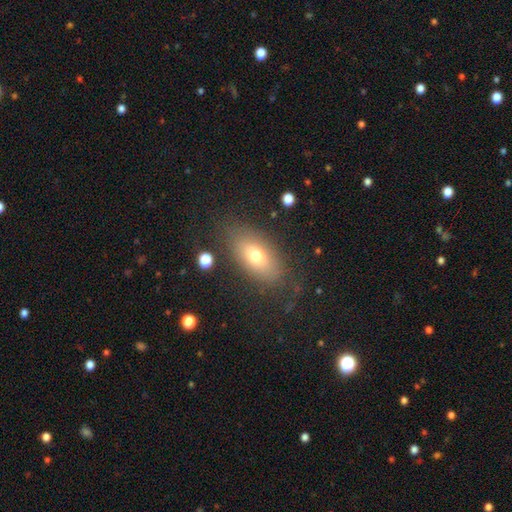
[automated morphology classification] smooth_or_featured: smooth (p=0.69) [alt: featured or disk p=0.21]
how_rounded: in between (p=0.85) [alt: round p=0.09]
merging: none (p=0.77) [alt: minor disturbance p=0.14]